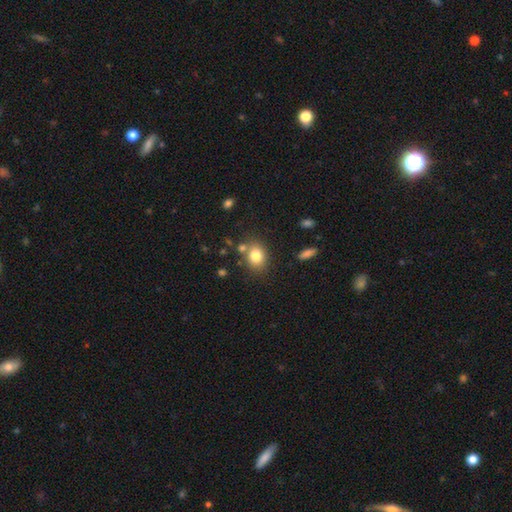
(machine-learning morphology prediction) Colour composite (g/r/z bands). It shows a smooth galaxy with no disk features (80%) that is in between round and cigar-shaped (53%). Merging: none (72%).